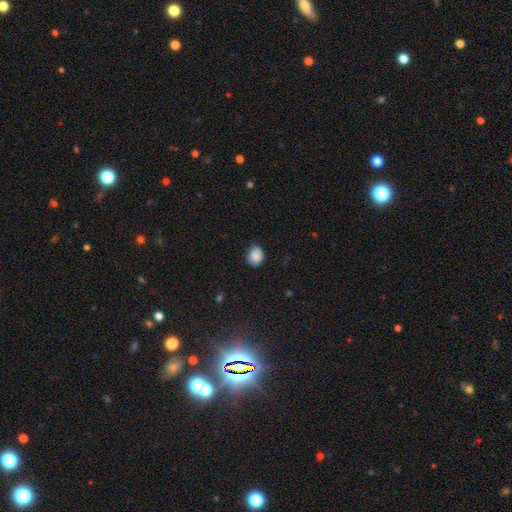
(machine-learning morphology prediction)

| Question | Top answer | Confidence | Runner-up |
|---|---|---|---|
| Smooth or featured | smooth | 88% | star or artifact (8%) |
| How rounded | in between | 50% | tied: round (50%) |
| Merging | none | 76% | minor disturbance (20%) |